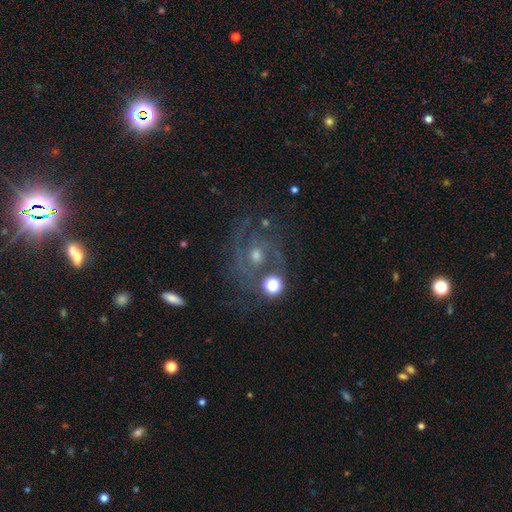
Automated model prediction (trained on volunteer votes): Smooth or featured: featured or disk — 81% (star or artifact — 11%)
Edge-on disk: no — 97% (yes — 3%)
Bar: no — 65% (weak — 28%)
Spiral arms: yes — 94% (no — 6%)
Spiral winding: medium — 45% (tight — 44%)
Spiral arm count: 2 — 54% (can't tell — 17%)
Bulge size: moderate — 55% (small — 38%)
Merging: none — 68% (minor disturbance — 16%)